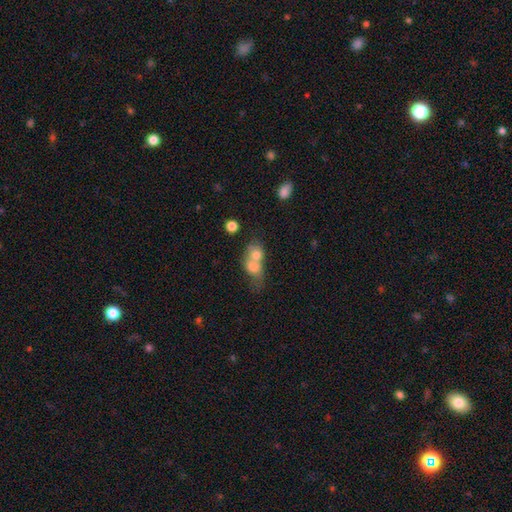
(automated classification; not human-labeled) A smooth galaxy with no disk features (69%) that is in between round and cigar-shaped (50%). Merging: merger (72%).